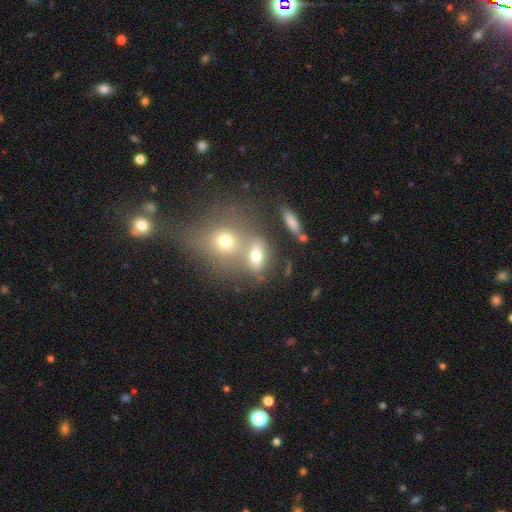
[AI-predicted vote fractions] smooth-or-featured: smooth: 65% | featured or disk: 20% | star or artifact: 15%
  how-rounded: in between: 60% | round: 34% | cigar-shaped: 6%
  merging: merger: 46% | none: 37% | minor disturbance: 10% | major disturbance: 6%